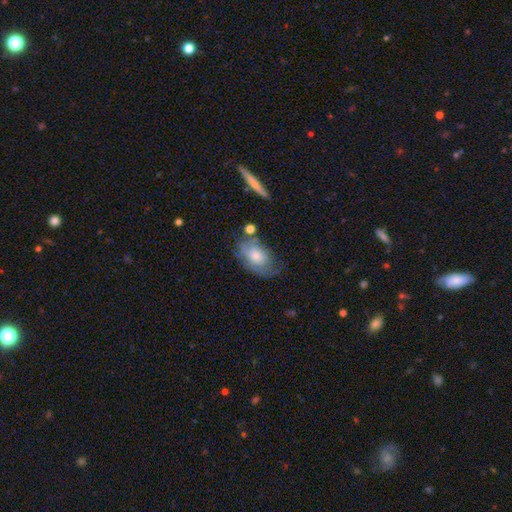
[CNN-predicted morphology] This appears to be a smooth galaxy with no disk features (53%) that is in between round and cigar-shaped (87%). Merging: none (51%).